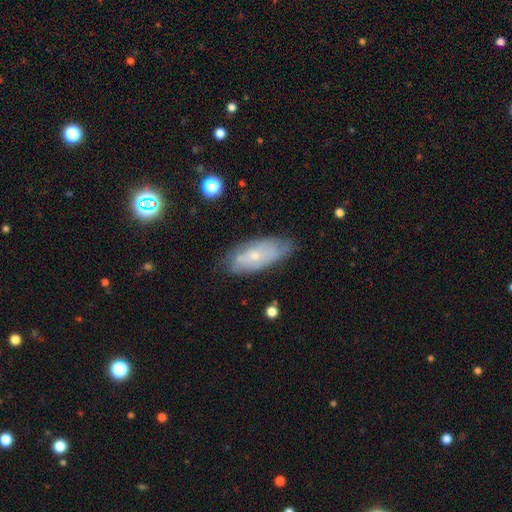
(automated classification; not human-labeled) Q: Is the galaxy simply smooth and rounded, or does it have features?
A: featured or disk — 51%.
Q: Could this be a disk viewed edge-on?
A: no — 85%.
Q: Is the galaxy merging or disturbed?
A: none — 71%.